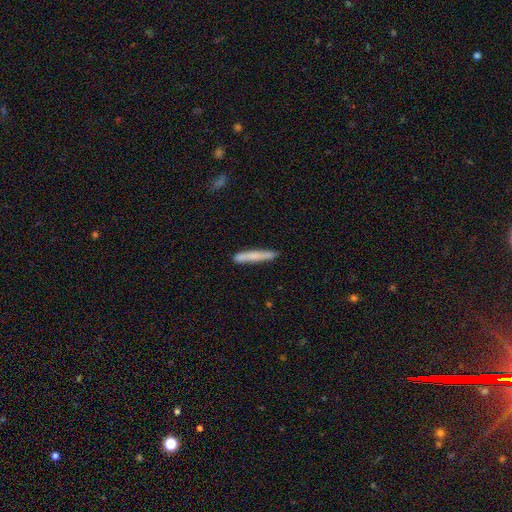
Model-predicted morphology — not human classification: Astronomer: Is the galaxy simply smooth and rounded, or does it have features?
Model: smooth — 72%.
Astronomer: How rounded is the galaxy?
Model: cigar-shaped — 95%.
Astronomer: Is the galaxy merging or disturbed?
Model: none — 85%.